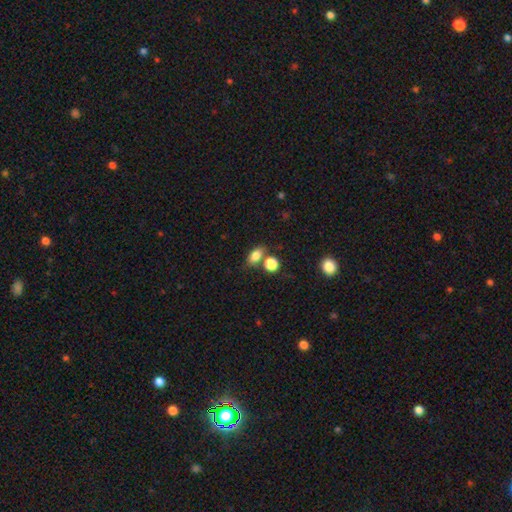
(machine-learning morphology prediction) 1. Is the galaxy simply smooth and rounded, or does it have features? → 82% smooth, 11% star or artifact, 7% featured or disk.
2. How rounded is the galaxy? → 78% in between, 19% round, 3% cigar-shaped.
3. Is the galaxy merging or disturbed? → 62% none, 22% merger, 12% minor disturbance, 4% major disturbance.